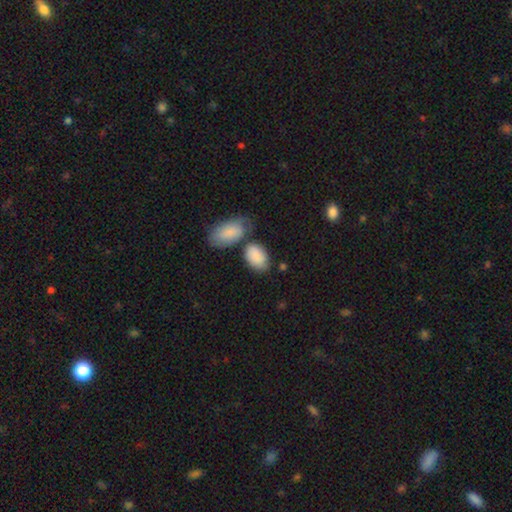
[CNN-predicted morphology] Overall: smooth (86%). How rounded: in between (90%). Merging: none (46%; merger 26%).